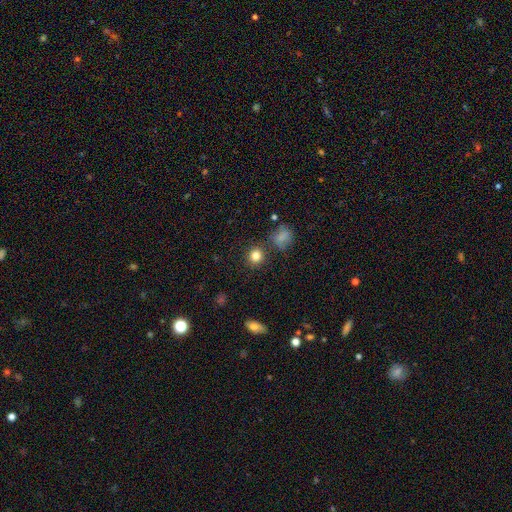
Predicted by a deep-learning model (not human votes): Smooth or featured? Predicted: smooth (p=0.82). How rounded? Predicted: round (p=0.86). Merging? Predicted: none (p=0.84).